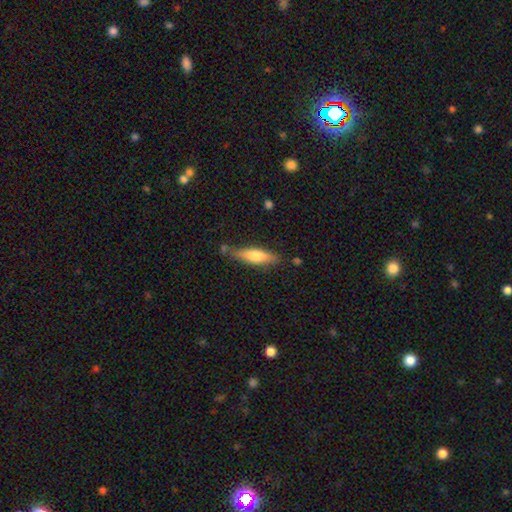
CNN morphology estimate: The model was most divided on "smooth or featured": smooth: 63%, featured or disk: 31%, star or artifact: 6%. More confident: merging — none (72%); how rounded — cigar-shaped (67%).